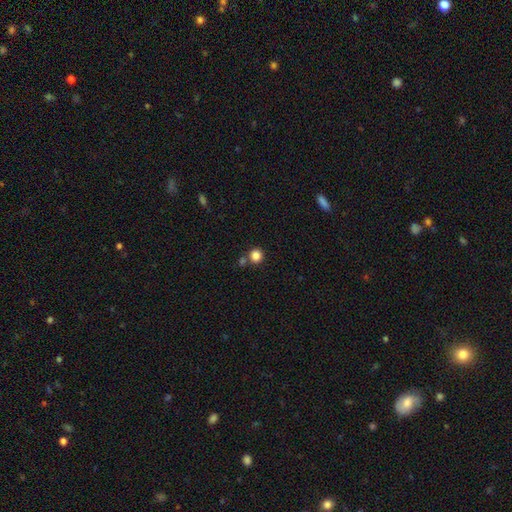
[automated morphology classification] This is clearly a smooth galaxy (85%). How rounded: clearly round (90%). Merging: likely none (73%).